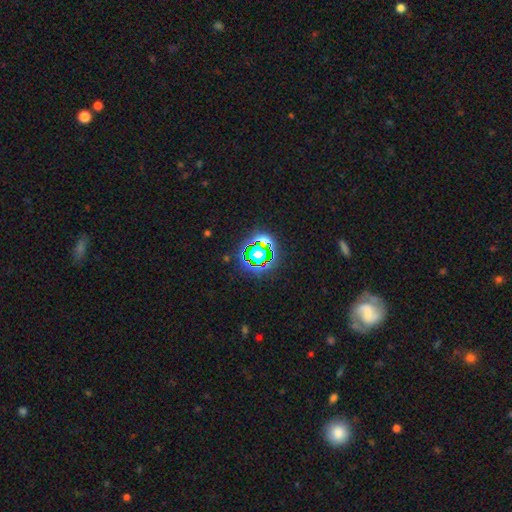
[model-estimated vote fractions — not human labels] Smooth or featured? Predicted: star or artifact (p=0.63).